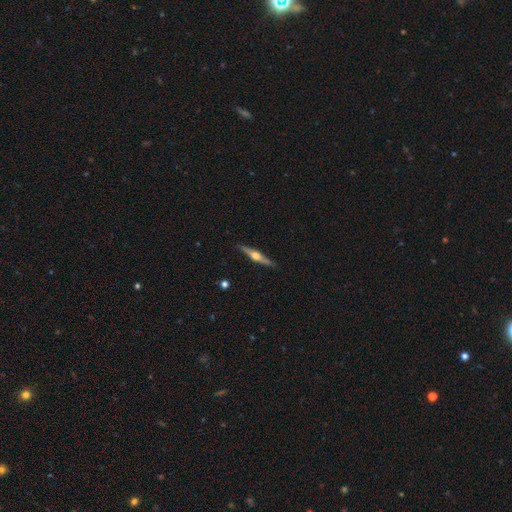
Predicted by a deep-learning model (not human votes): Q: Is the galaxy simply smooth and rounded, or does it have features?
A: featured or disk — 77%.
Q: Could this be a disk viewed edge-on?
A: yes — 98%.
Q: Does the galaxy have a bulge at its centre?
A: rounded — 95%.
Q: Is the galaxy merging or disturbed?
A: none — 91%.